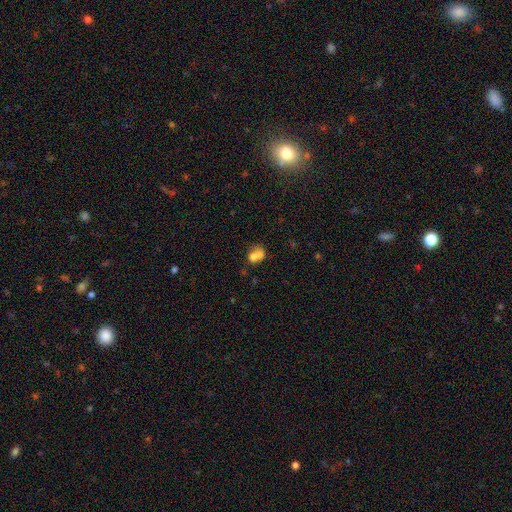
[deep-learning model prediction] Smooth or featured?
  - smooth: 68% *
  - featured or disk: 21%
  - star or artifact: 11%
How rounded?
  - round: 52% *
  - in between: 46%
  - cigar-shaped: 1%
Merging?
  - merger: 65% *
  - none: 22%
  - minor disturbance: 8%
  - major disturbance: 5%